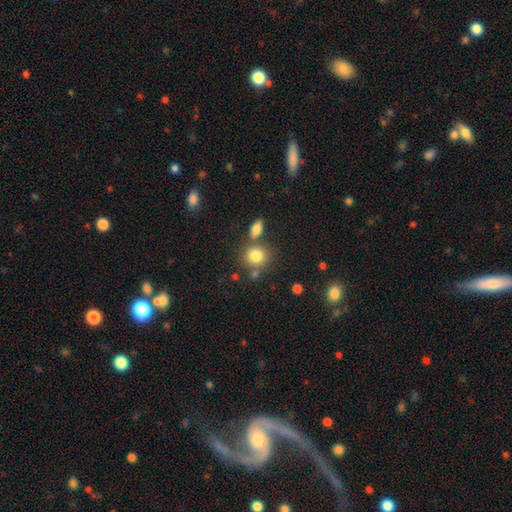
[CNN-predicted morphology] A smooth galaxy with no disk features (82%) that is round (76%). Merging: none (62%).